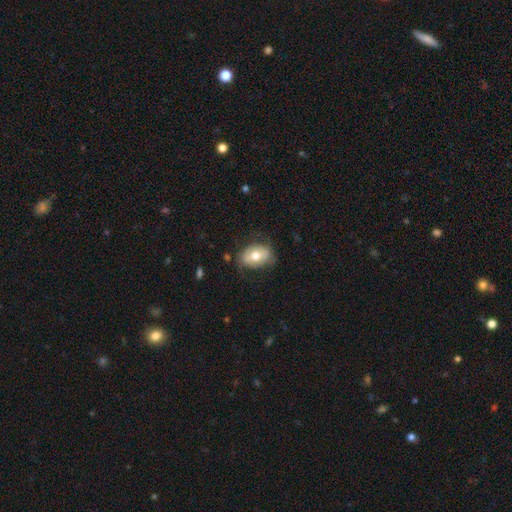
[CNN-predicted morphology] Overall: smooth (62%; featured or disk 31%). How rounded: in between (80%). Merging: none (69%).